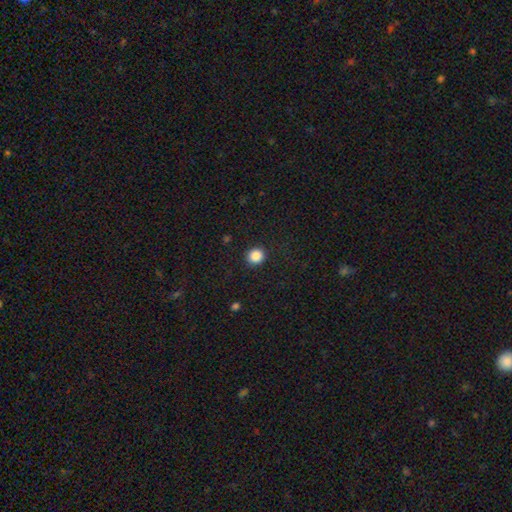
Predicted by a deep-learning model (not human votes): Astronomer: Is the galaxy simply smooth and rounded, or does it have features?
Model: smooth — 87%.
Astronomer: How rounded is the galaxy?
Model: round — 91%.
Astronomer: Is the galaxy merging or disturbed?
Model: none — 92%.